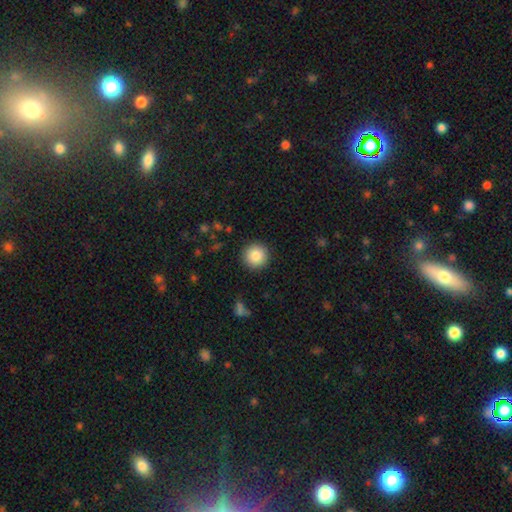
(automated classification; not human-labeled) A smooth galaxy with no disk features (85%) that is round (96%). Merging: none (91%).